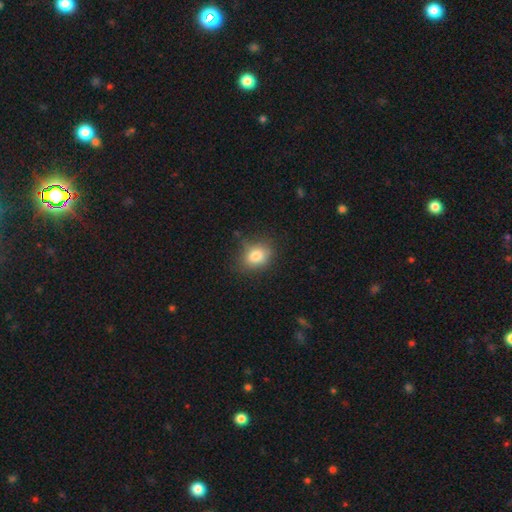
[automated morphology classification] This is clearly a smooth galaxy (81%). How rounded: possibly in between (51%). Merging: likely none (70%).